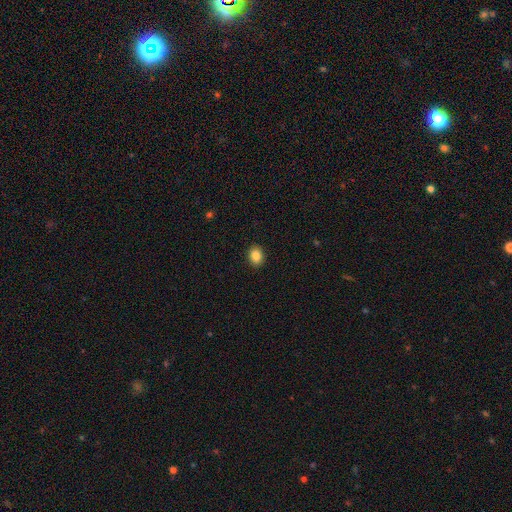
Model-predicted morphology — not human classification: Smooth or featured?
  - smooth: 85% *
  - star or artifact: 9%
  - featured or disk: 6%
How rounded?
  - in between: 54% *
  - round: 45%
  - cigar-shaped: 1%
Merging?
  - none: 91% *
  - minor disturbance: 6%
  - major disturbance: 2%
  - merger: 1%